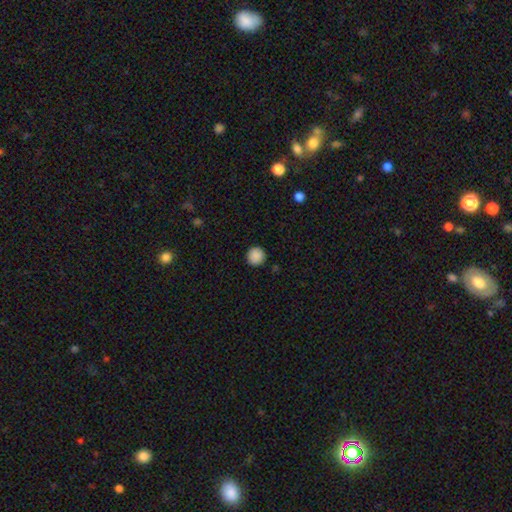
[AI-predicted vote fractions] The model was most divided on "smooth or featured": smooth: 89%, star or artifact: 9%, featured or disk: 3%. More confident: how rounded — round (95%); merging — none (91%).